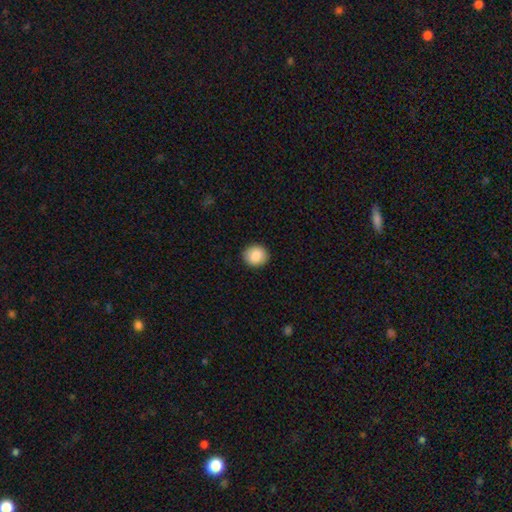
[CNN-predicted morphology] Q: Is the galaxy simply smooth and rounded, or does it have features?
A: smooth — 87%.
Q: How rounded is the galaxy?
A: round — 79%.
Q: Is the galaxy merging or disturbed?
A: none — 91%.